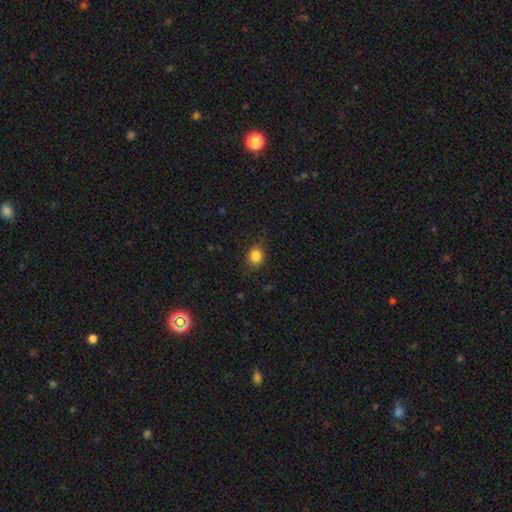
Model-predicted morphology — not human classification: The model was most divided on "how rounded": round: 68%, in between: 31%, cigar-shaped: 1%. More confident: smooth or featured — smooth (85%); merging — none (84%).